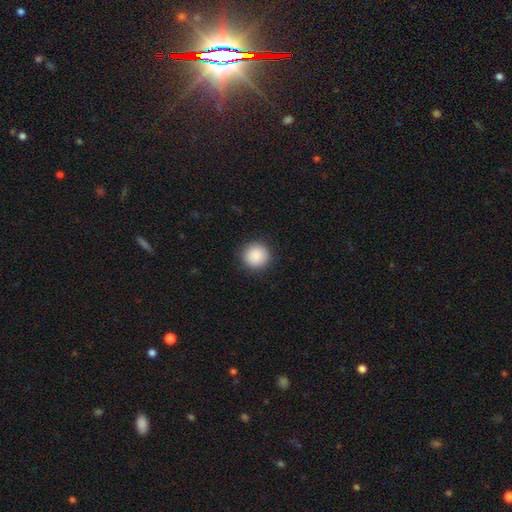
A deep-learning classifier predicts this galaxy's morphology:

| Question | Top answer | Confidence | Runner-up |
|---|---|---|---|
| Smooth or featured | smooth | 89% | star or artifact (8%) |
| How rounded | round | 95% | in between (5%) |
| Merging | none | 92% | minor disturbance (5%) |